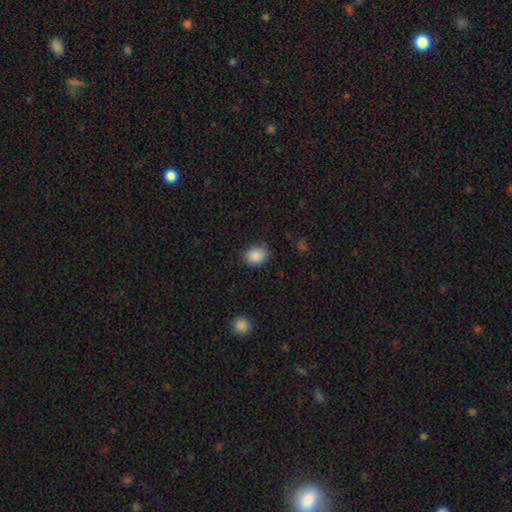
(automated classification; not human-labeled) Smooth or featured? smooth (88%)
How rounded? in between (53%)
Merging? none (82%)